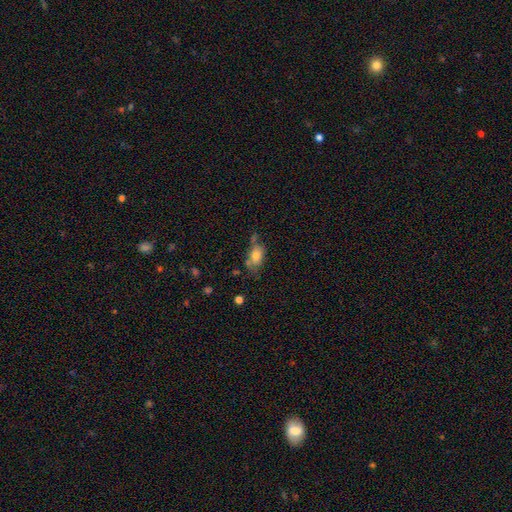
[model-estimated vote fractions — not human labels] A smooth galaxy with no disk features (70%) that is in between round and cigar-shaped (84%).

Vote fractions:
- Smooth or featured? smooth: 70% / featured or disk: 20% / star or artifact: 10%
- How rounded? in between: 84% / round: 12% / cigar-shaped: 4%
- Merging? none: 46% / minor disturbance: 28% / major disturbance: 13% / merger: 13%